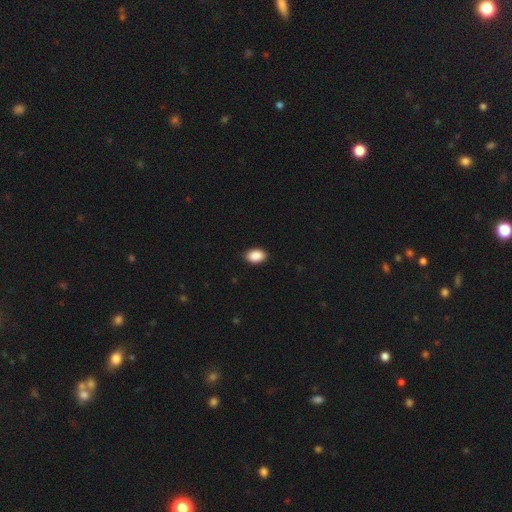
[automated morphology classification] Smooth or featured?
  - smooth: 90% *
  - star or artifact: 7%
  - featured or disk: 3%
How rounded?
  - in between: 89% *
  - round: 9%
  - cigar-shaped: 1%
Merging?
  - none: 89% *
  - minor disturbance: 9%
  - major disturbance: 2%
  - merger: 1%